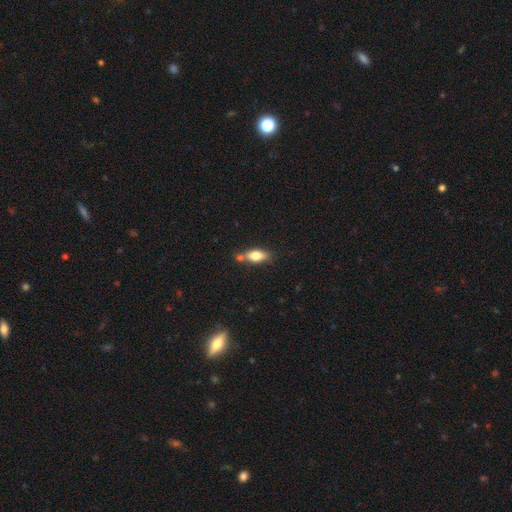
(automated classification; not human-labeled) Q: Smooth or featured?
A: smooth (73%); runner-up: featured or disk (20%)
Q: How rounded?
A: in between (79%); runner-up: cigar-shaped (16%)
Q: Merging?
A: none (60%); runner-up: merger (19%)